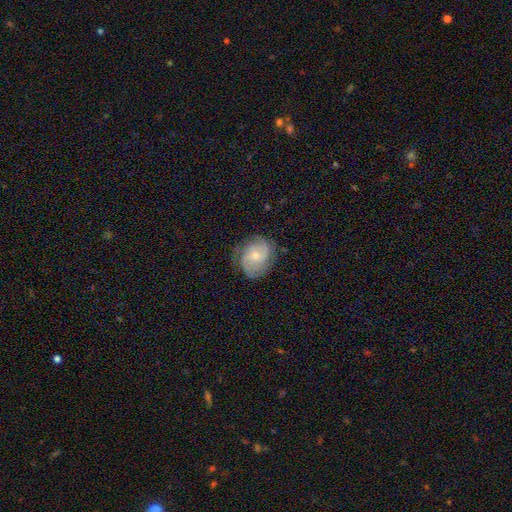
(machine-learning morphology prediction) This appears to be a featured or disk galaxy (77%) with no bar (64%), 2 (46%) tight (46%) spiral arms (95%) and a small central bulge (54%). Merging: none (76%).